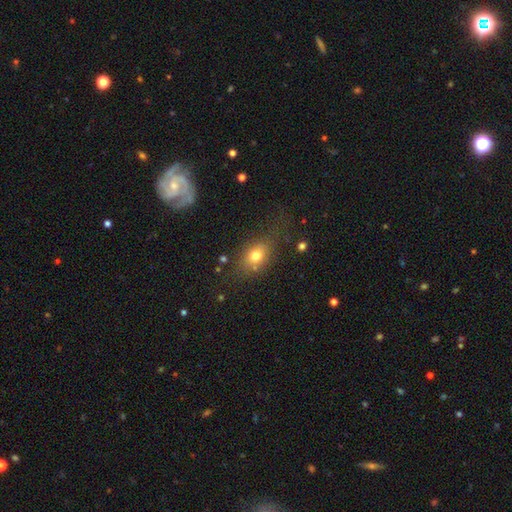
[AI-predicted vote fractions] Smooth or featured: smooth — 74% (featured or disk — 14%)
How rounded: in between — 65% (round — 31%)
Merging: none — 66% (minor disturbance — 19%)